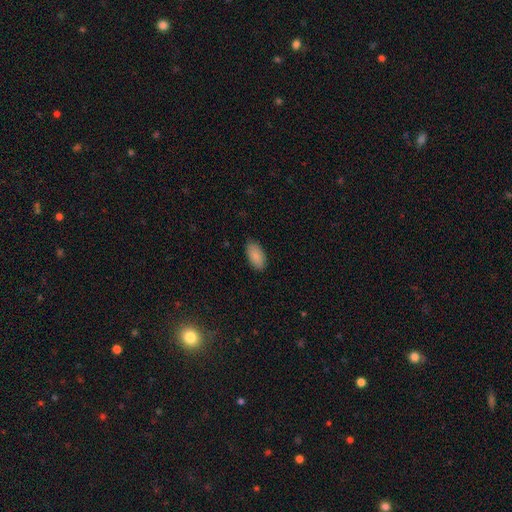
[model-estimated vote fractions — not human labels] Smooth or featured? smooth (89%)
How rounded? in between (94%)
Merging? none (87%)